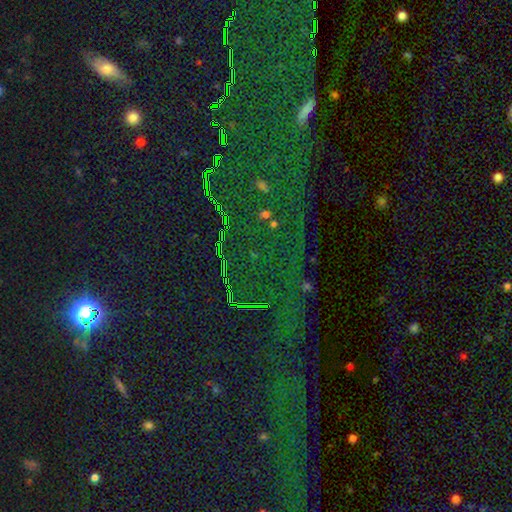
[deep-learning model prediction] Smooth or featured? Predicted: star or artifact (p=0.82).